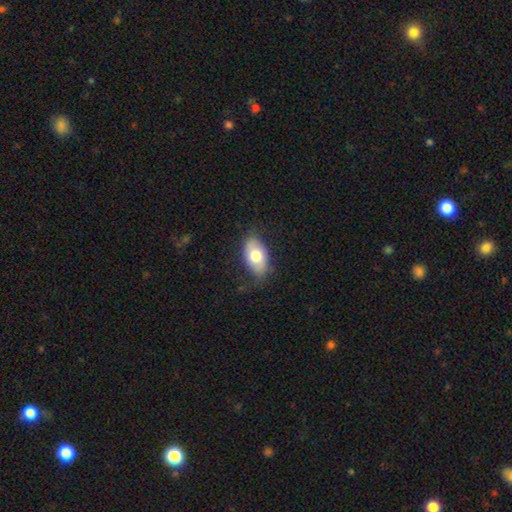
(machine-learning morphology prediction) Overall: smooth (69%). How rounded: in between (92%). Merging: none (74%).